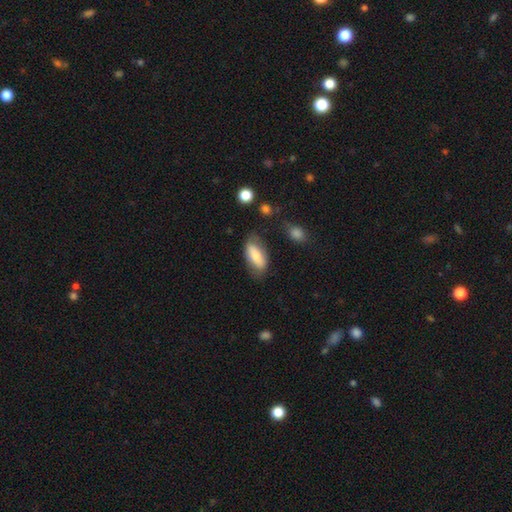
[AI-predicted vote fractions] smooth 69%, featured or disk 25%, star or artifact 6%. Down the decision tree: how rounded — in between (85%); merging — none (71%).